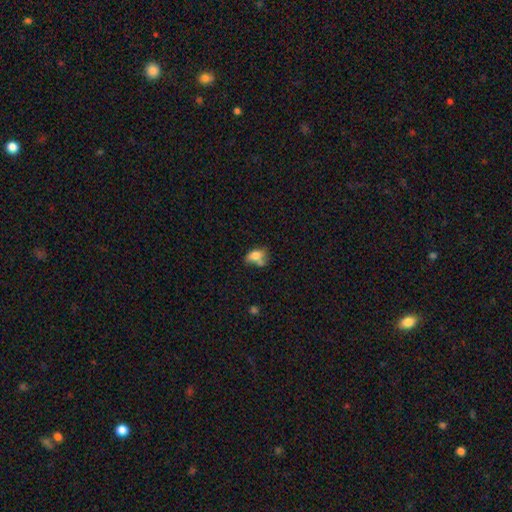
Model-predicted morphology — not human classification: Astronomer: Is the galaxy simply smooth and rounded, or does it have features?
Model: smooth — 72%.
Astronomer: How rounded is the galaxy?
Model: in between — 80%.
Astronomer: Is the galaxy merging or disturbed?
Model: merger — 35% (runner-up: none, 30%).